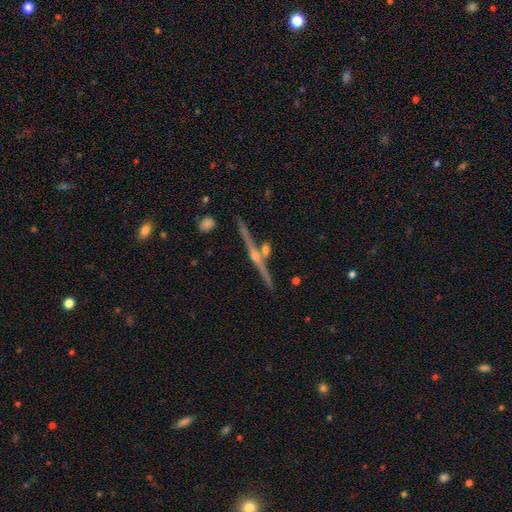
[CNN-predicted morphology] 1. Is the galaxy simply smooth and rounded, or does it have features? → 75% featured or disk, 13% star or artifact, 12% smooth.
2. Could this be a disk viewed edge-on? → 95% yes, 5% no.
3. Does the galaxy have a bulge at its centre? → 77% rounded, 16% none, 8% boxy.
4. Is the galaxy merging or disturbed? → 78% none, 10% minor disturbance, 8% merger, 4% major disturbance.